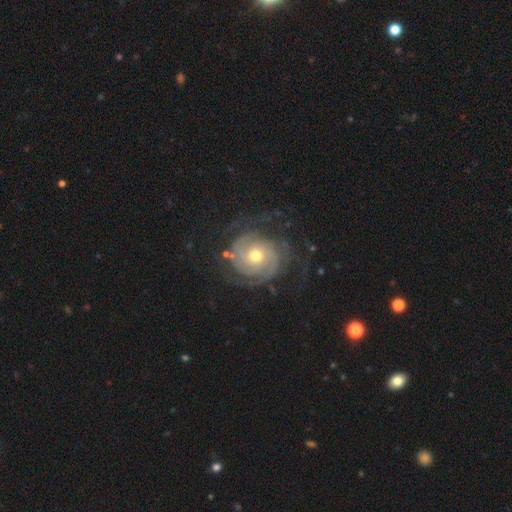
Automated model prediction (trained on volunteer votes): This appears to be a featured or disk galaxy (86%) with no bar (79%), 2 (32%) tight (69%) spiral arms (96%) and a moderate central bulge (64%). Merging: none (68%).